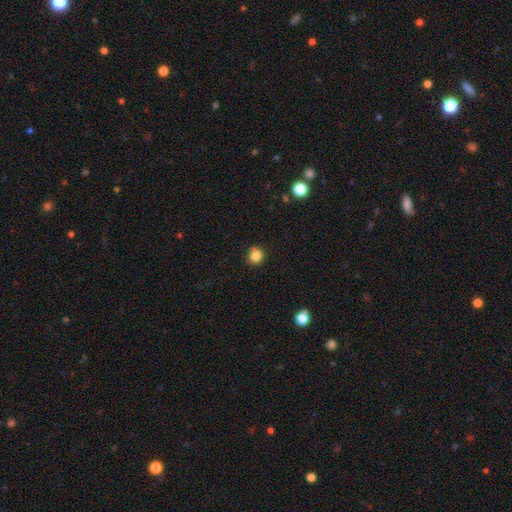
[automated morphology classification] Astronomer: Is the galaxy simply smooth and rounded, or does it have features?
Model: smooth — 84%.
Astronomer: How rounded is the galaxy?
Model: round — 88%.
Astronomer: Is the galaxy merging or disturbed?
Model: none — 86%.